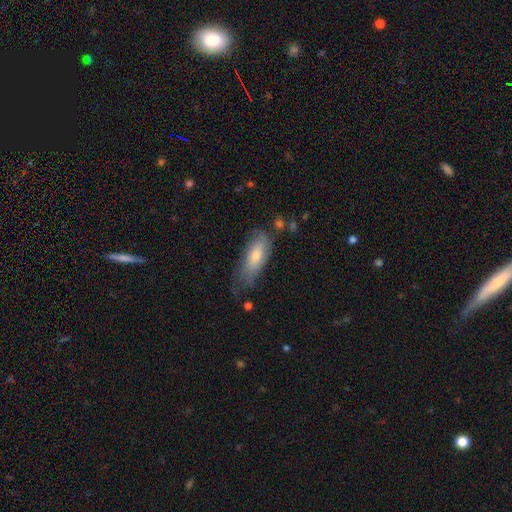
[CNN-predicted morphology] A smooth galaxy with no disk features (66%) that is in between round and cigar-shaped (68%).

Vote fractions:
- Smooth or featured? smooth: 66% / featured or disk: 26% / star or artifact: 7%
- How rounded? in between: 68% / cigar-shaped: 30% / round: 2%
- Merging? none: 52% / minor disturbance: 33% / major disturbance: 12% / merger: 3%